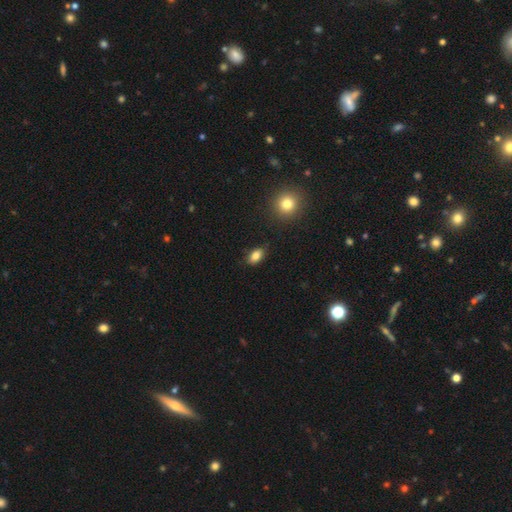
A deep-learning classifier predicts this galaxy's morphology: This is clearly a smooth galaxy (83%). How rounded: clearly in between (88%). Merging: clearly none (84%).